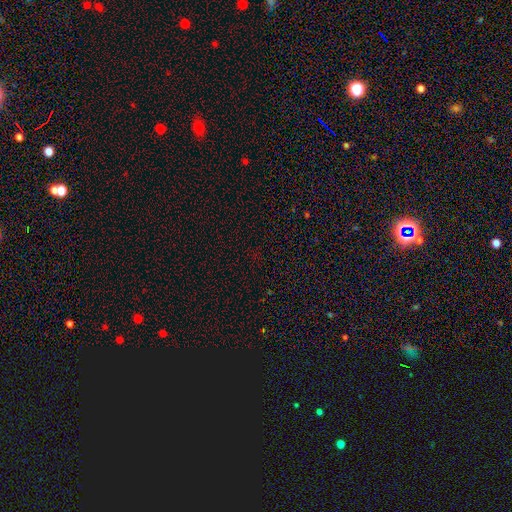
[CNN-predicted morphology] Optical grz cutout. It shows a star or artifact, not a galaxy (68%).